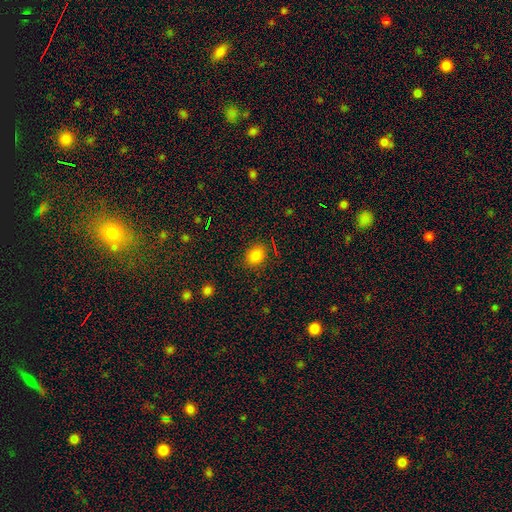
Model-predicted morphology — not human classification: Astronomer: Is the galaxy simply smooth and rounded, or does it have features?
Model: smooth — 82%.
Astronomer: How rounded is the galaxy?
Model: round — 51% (runner-up: in between, 48%).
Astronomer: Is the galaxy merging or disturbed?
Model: none — 85%.